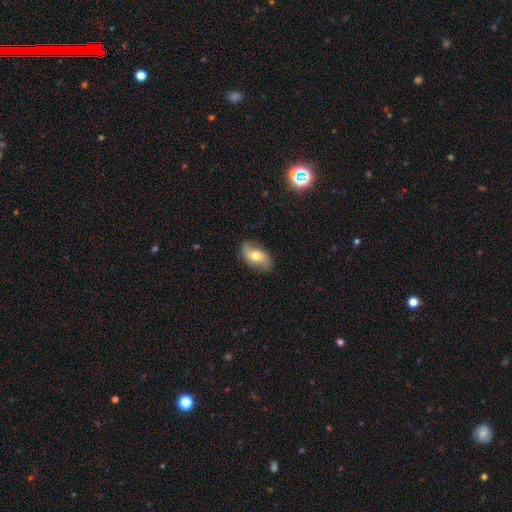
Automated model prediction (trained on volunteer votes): smooth-or-featured: featured or disk: 55% | smooth: 38% | star or artifact: 8%
  disk-edge-on: no: 91% | yes: 9%
  merging: none: 79% | minor disturbance: 16% | major disturbance: 4% | merger: 1%